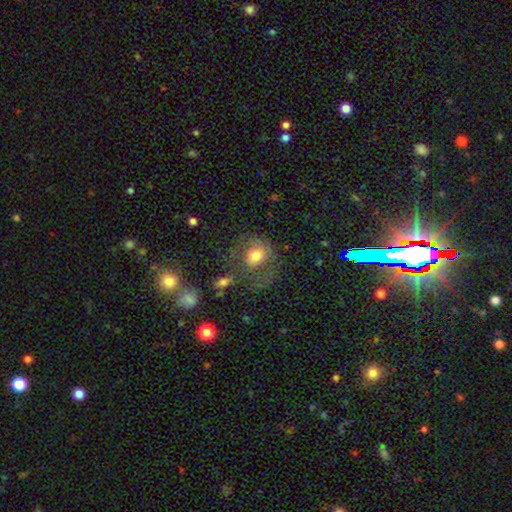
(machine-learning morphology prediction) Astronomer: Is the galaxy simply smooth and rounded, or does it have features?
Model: smooth — 63%.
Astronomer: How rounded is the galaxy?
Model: round — 58% (runner-up: in between, 41%).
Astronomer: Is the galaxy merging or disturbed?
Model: none — 40% (runner-up: major disturbance, 31%).